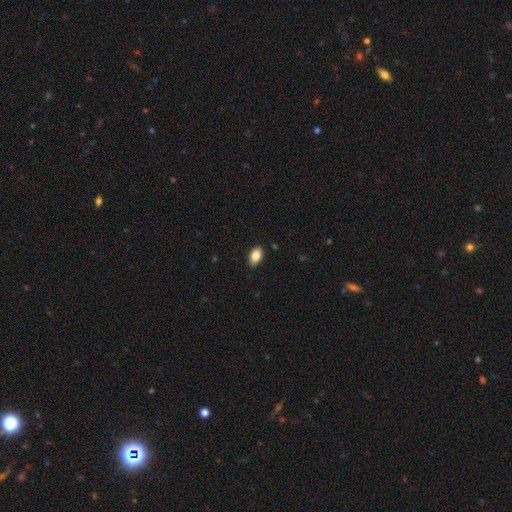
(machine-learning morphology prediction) A smooth galaxy with no disk features (85%) that is in between round and cigar-shaped (91%).

Vote fractions:
- Smooth or featured? smooth: 85% / star or artifact: 7% / featured or disk: 7%
- How rounded? in between: 91% / round: 6% / cigar-shaped: 2%
- Merging? none: 87% / minor disturbance: 10% / major disturbance: 2% / merger: 1%